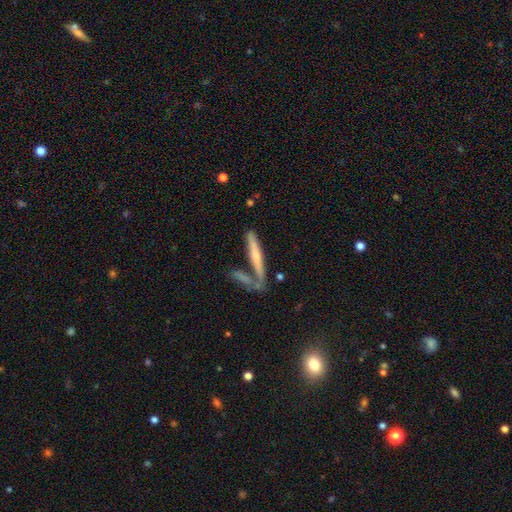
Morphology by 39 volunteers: A smooth galaxy with no disk features (62%) that is cigar-shaped (96%).

Vote fractions:
- Smooth or featured? smooth: 62% / featured or disk: 36% / star or artifact: 3%
- How rounded? cigar-shaped: 96% / in between: 4% / round: 0%
- Merging? none: 58% / merger: 34% / minor disturbance: 5% / major disturbance: 3%